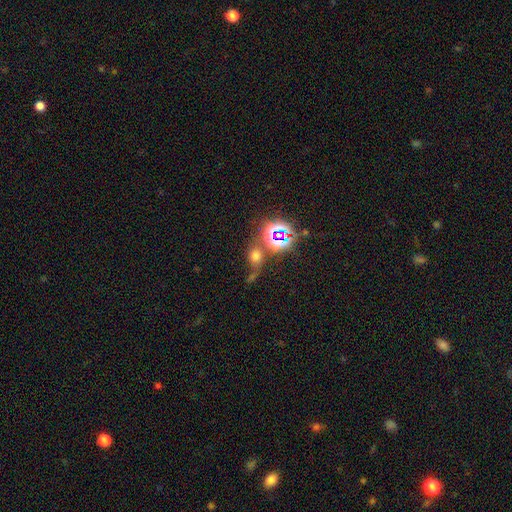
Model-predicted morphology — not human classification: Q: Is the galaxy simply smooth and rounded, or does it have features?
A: smooth — 50%.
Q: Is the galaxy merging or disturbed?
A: none — 47%.